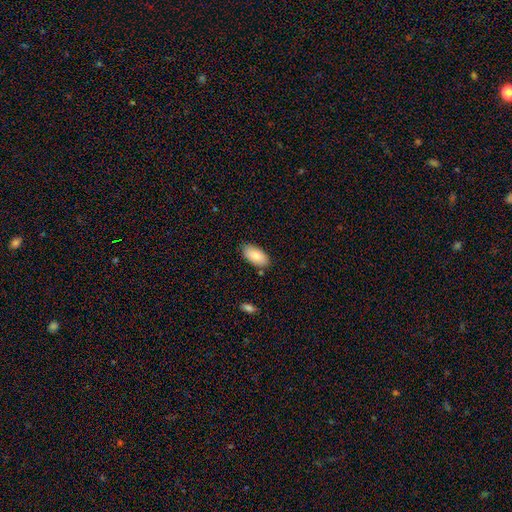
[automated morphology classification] Smooth or featured: smooth — 84% (featured or disk — 9%)
How rounded: in between — 95% (cigar-shaped — 3%)
Merging: none — 82% (minor disturbance — 13%)